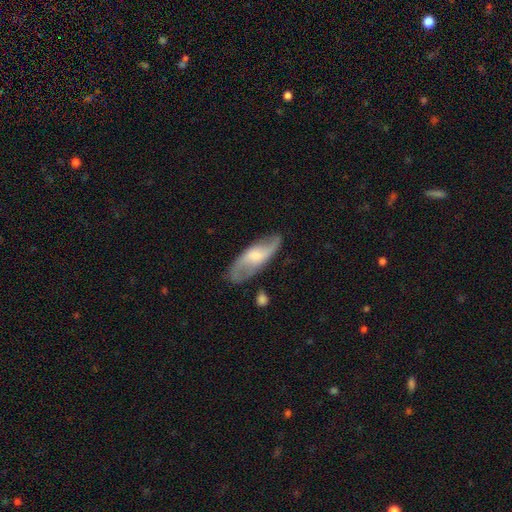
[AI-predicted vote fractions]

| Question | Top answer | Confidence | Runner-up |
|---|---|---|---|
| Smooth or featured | featured or disk | 70% | smooth (25%) |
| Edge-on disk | no | 87% | yes (13%) |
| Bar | weak | 45% | no (43%) |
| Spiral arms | yes | 91% | no (9%) |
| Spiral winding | loose | 59% | medium (32%) |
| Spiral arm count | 2 | 88% | can't tell (6%) |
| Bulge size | moderate | 39% | small (26%) |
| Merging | none | 78% | minor disturbance (15%) |